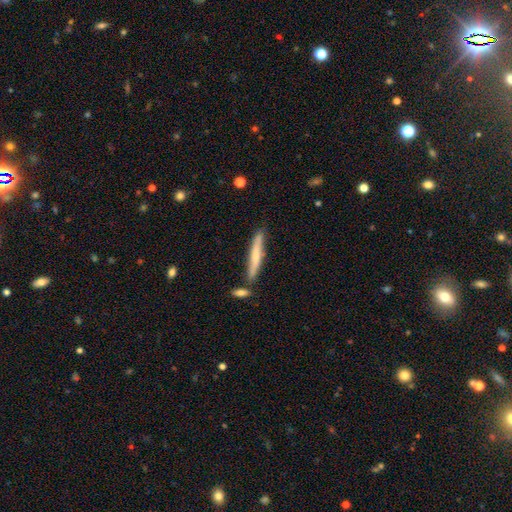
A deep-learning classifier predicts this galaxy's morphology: Smooth or featured? Predicted: smooth (p=0.53). How rounded? Predicted: cigar-shaped (p=0.93). Merging? Predicted: none (p=0.76).